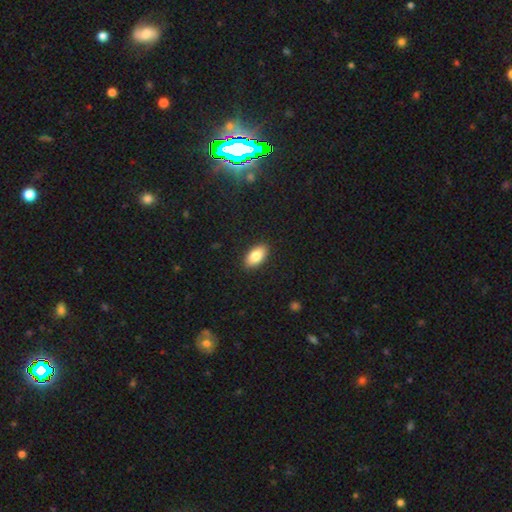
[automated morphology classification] smooth_or_featured: smooth (p=0.83) [alt: featured or disk p=0.10]
how_rounded: in between (p=0.93) [alt: round p=0.04]
merging: none (p=0.90) [alt: minor disturbance p=0.08]